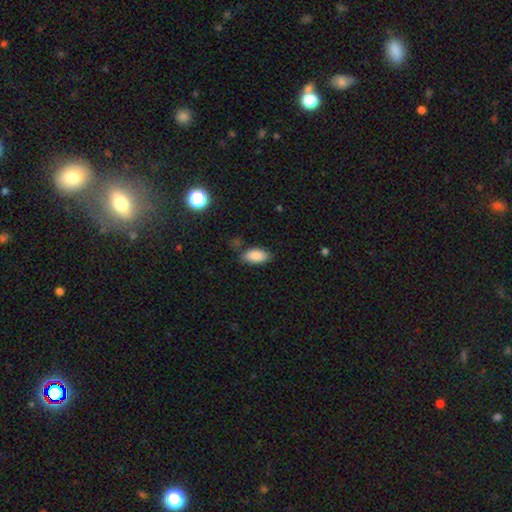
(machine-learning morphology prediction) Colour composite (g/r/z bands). It shows a smooth galaxy with no disk features (87%) that is in between round and cigar-shaped (91%). Merging: none (77%).